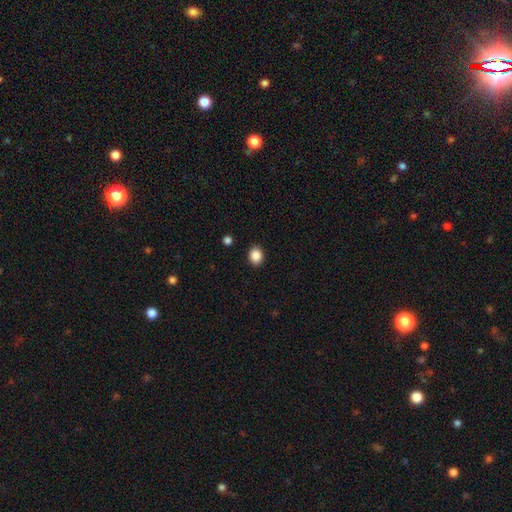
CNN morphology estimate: A smooth galaxy with no disk features (88%) that is round (52%). Merging: none (89%).